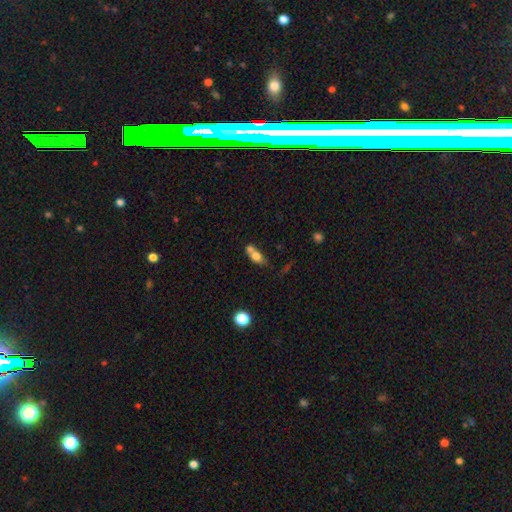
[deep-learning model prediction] This appears to be a smooth galaxy with no disk features (70%) that is in between round and cigar-shaped (67%). Merging: merger (57%).